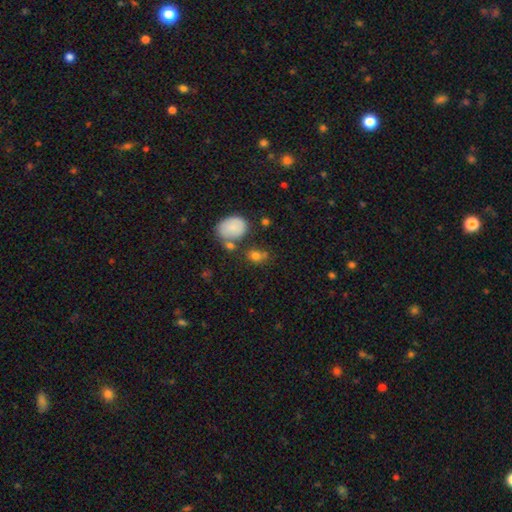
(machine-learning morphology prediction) smooth 78%, star or artifact 12%, featured or disk 9%. Down the decision tree: how rounded — in between (60%); merging — none (56%).